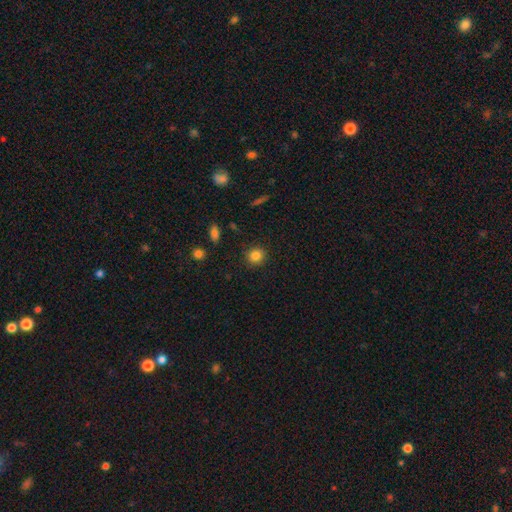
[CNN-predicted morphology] Smooth or featured? Predicted: smooth (p=0.84). How rounded? Predicted: round (p=0.88). Merging? Predicted: none (p=0.90).